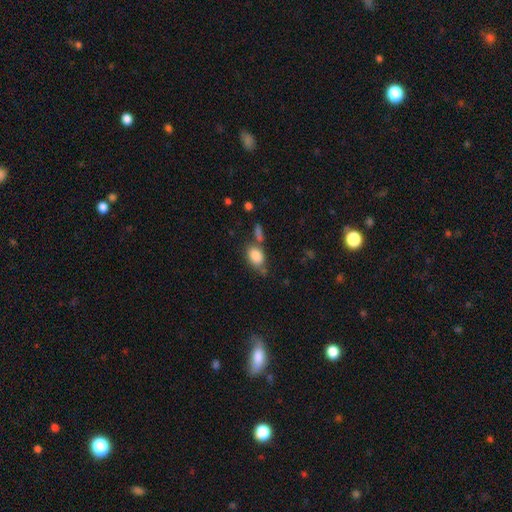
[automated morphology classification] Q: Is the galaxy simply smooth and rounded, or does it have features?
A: smooth — 84%.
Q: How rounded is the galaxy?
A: in between — 76%.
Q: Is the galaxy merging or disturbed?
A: none — 49%.